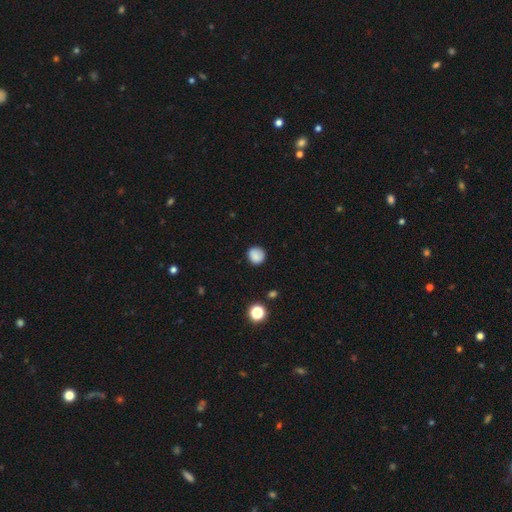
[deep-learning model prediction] smooth_or_featured: smooth (p=0.84) [alt: star or artifact p=0.10]
how_rounded: round (p=0.90) [alt: in between p=0.09]
merging: none (p=0.84) [alt: minor disturbance p=0.11]